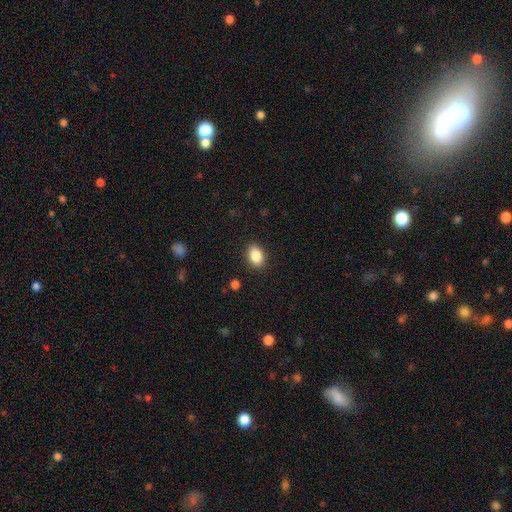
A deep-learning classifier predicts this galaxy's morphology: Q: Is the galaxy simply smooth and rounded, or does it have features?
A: smooth — 87%.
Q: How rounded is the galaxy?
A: in between — 84%.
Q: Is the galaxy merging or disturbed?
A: none — 88%.